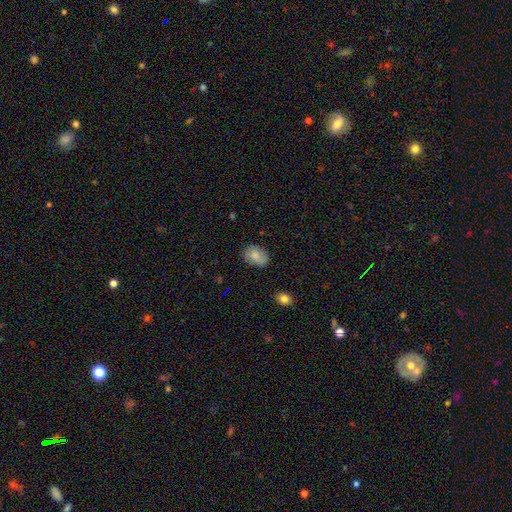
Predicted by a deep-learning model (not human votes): Smooth or featured? Predicted: smooth (p=0.81). How rounded? Predicted: in between (p=0.74). Merging? Predicted: none (p=0.77).